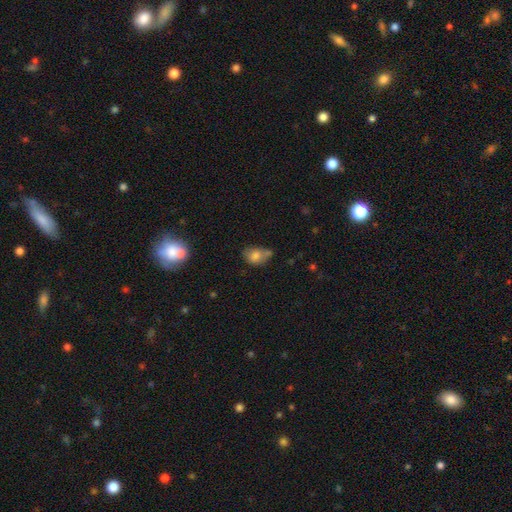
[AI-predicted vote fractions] Smooth or featured: smooth — 77% (featured or disk — 13%)
How rounded: in between — 65% (round — 33%)
Merging: none — 43% (minor disturbance — 27%)